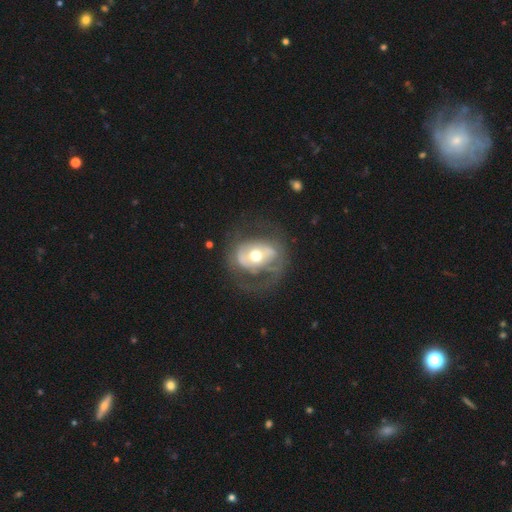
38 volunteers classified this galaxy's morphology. Overall: featured or disk (61%; smooth 34%). Edge-on disk: no (96%). Bar: no (50%; weak 32%). Spiral arms: yes (50%, tied with no). Spiral arm count: 2 (36%, tied with can't tell). Spiral winding: medium (55%; loose 36%). Bulge size: moderate (73%). Merging: major disturbance (42%; none 39%).